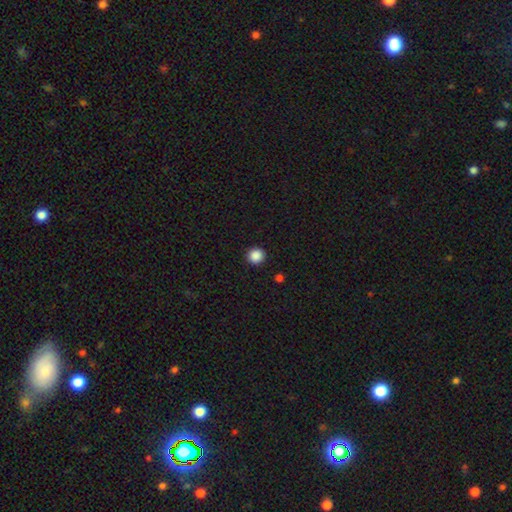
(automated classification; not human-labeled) This appears to be a smooth galaxy with no disk features (88%) that is round (94%). Merging: none (92%).